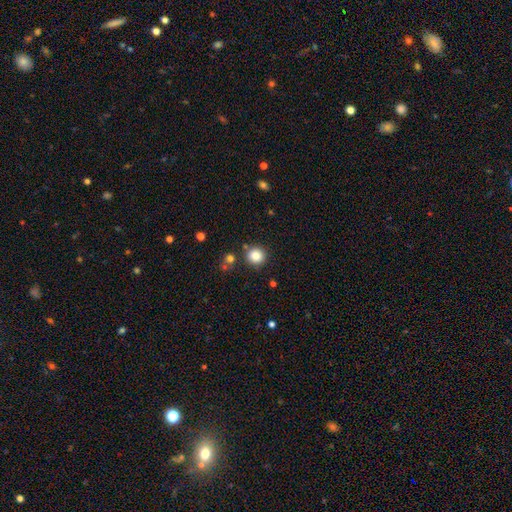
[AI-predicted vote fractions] Smooth or featured? Predicted: smooth (p=0.85). How rounded? Predicted: round (p=0.91). Merging? Predicted: none (p=0.83).